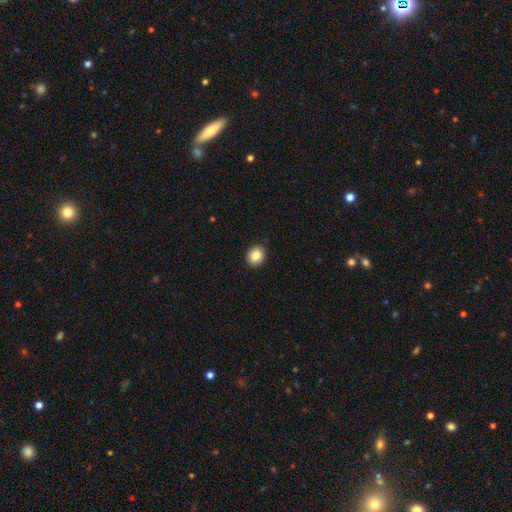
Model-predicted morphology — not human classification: type=smooth (85%); roundness=round (66%); merging=none (91%).